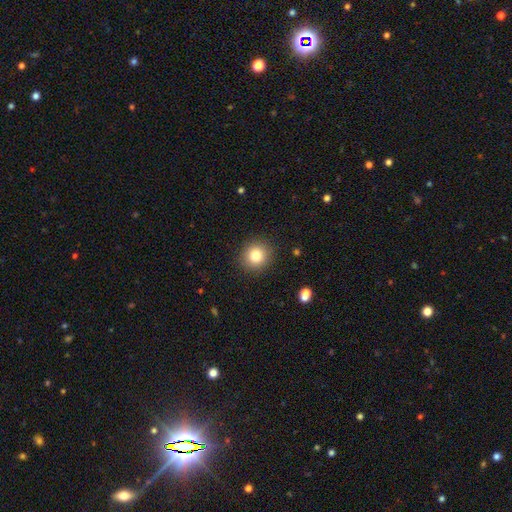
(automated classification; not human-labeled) Overall: smooth (83%). How rounded: round (89%). Merging: none (90%).